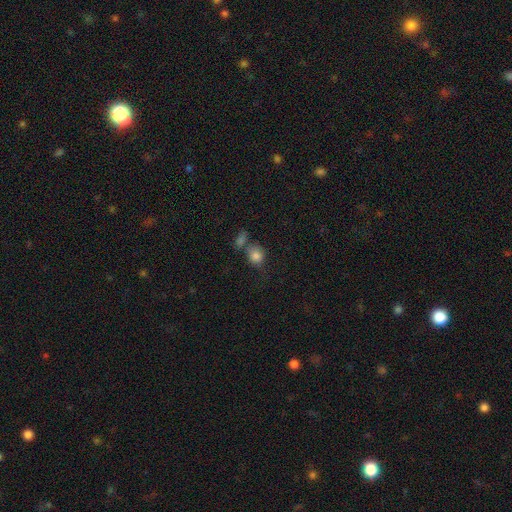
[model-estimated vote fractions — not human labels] This appears to be a smooth galaxy with no disk features (82%) that is round (66%). Merging: none (49%).